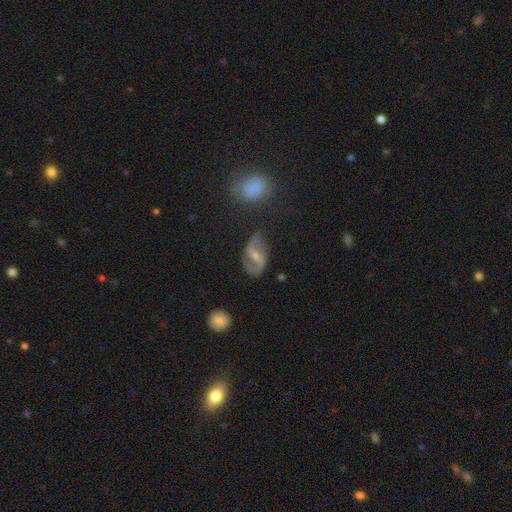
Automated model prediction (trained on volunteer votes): smooth-or-featured: featured or disk: 82% | smooth: 12% | star or artifact: 7%
  disk-edge-on: no: 96% | yes: 4%
    bar: strong: 46% | weak: 38% | no: 16%
    has-spiral-arms: yes: 91% | no: 9%
      spiral-winding: medium: 45% | loose: 40% | tight: 16%
      spiral-arm-count: 2: 90% | can't tell: 4% | 1: 3% | 3: 1% | 4: 1% | more than 4: 1%
    bulge-size: small: 49% | moderate: 44% | none: 3% | large: 2% | dominant: 1%
  merging: none: 72% | minor disturbance: 17% | major disturbance: 8% | merger: 3%